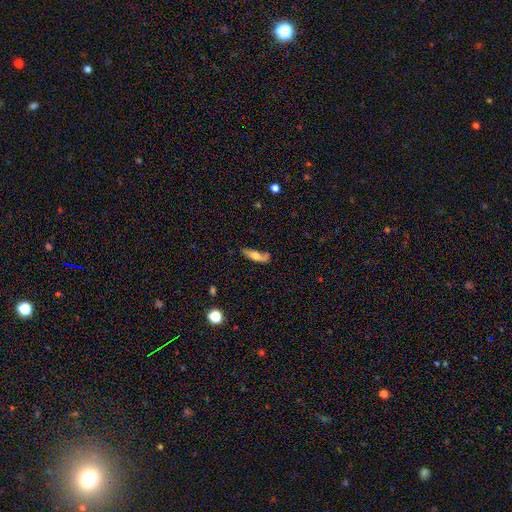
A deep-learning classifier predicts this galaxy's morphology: Q: Smooth or featured?
A: smooth (58%); runner-up: featured or disk (35%)
Q: How rounded?
A: in between (49%); runner-up: cigar-shaped (48%)
Q: Merging?
A: none (52%); runner-up: minor disturbance (28%)